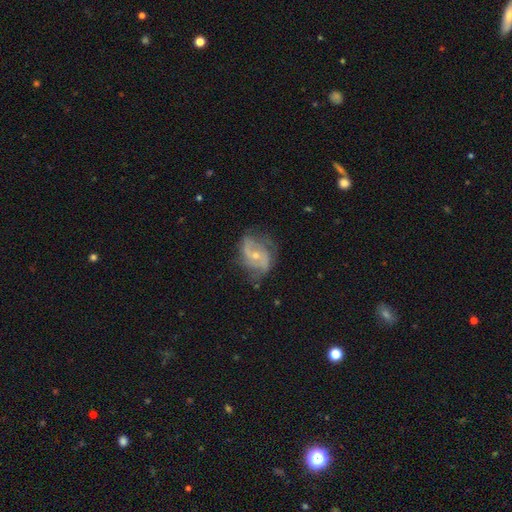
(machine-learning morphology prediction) A featured or disk galaxy (81%) with no bar (58%), 2 (69%) medium (44%) spiral arms (91%) and a small central bulge (53%). Merging: none (61%).